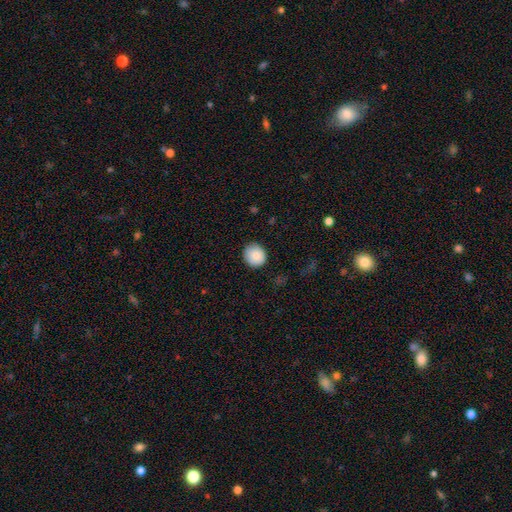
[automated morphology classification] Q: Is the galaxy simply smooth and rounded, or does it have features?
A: smooth — 86%.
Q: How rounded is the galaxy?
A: round — 86%.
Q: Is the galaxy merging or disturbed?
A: none — 85%.